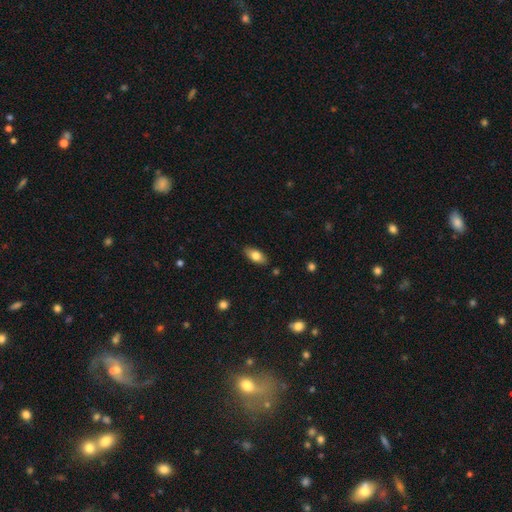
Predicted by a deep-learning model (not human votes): The model was most divided on "smooth or featured": smooth: 75%, featured or disk: 19%, star or artifact: 7%. More confident: merging — none (86%); how rounded — in between (85%).